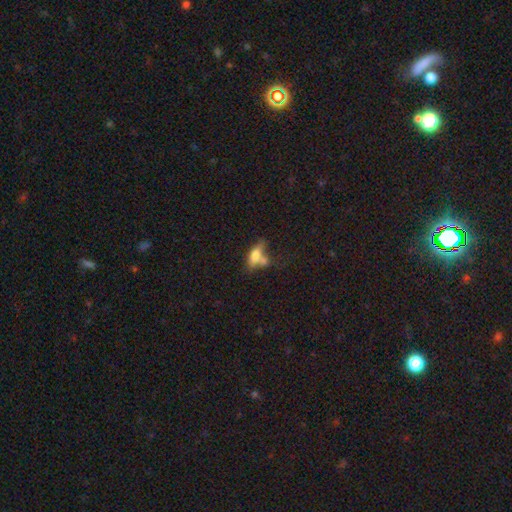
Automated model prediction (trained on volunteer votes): A smooth galaxy with no disk features (63%) that is in between round and cigar-shaped (65%).

Vote fractions:
- Smooth or featured? smooth: 63% / featured or disk: 27% / star or artifact: 10%
- How rounded? in between: 65% / cigar-shaped: 30% / round: 5%
- Merging? none: 37% / merger: 36% / minor disturbance: 17% / major disturbance: 10%